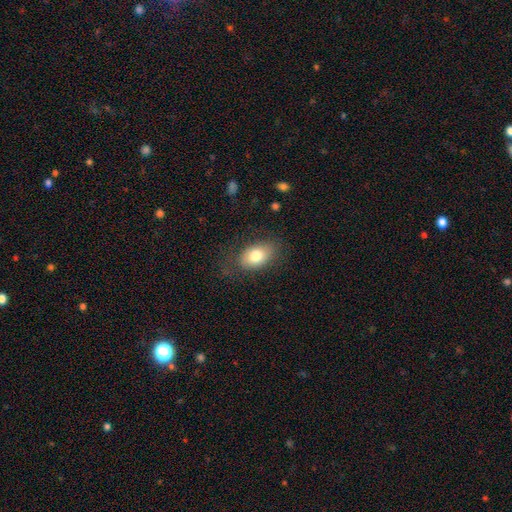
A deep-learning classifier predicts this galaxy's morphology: This is likely a smooth galaxy (78%). How rounded: clearly in between (88%). Merging: likely none (75%).